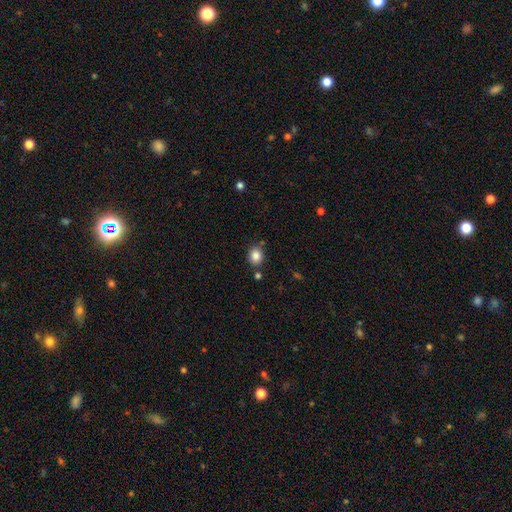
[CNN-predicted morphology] Smooth or featured?
  - smooth: 86% *
  - star or artifact: 10%
  - featured or disk: 4%
How rounded?
  - round: 63% *
  - in between: 37%
  - cigar-shaped: 1%
Merging?
  - none: 80% *
  - minor disturbance: 11%
  - merger: 6%
  - major disturbance: 3%